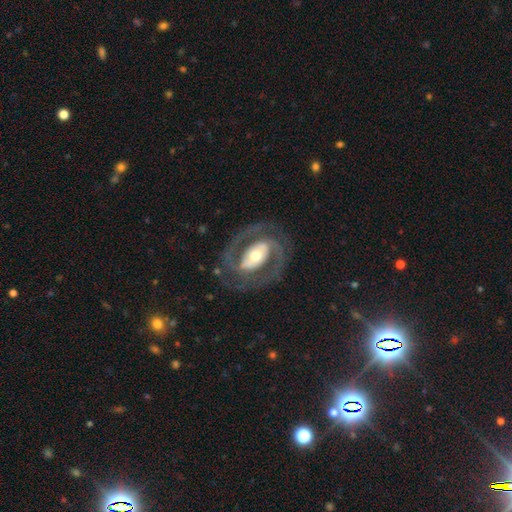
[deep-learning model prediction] featured or disk 87%, smooth 8%, star or artifact 4%. Down the decision tree: edge-on disk — no (96%); bar — strong (41%); spiral arms — yes (92%); spiral arm count — 2 (88%); spiral winding — medium (47%); bulge size — moderate (61%); merging — none (78%).